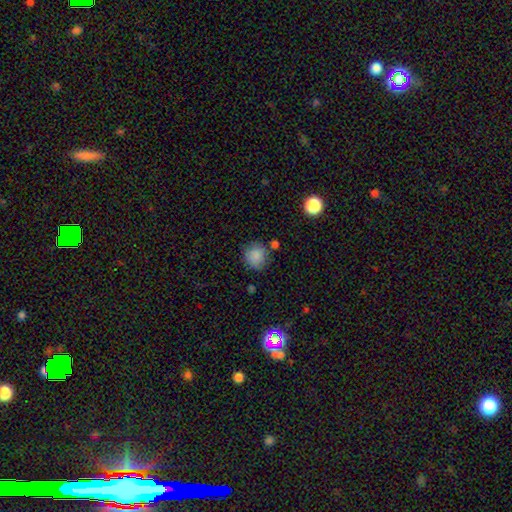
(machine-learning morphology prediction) Smooth or featured? smooth (85%)
How rounded? round (85%)
Merging? none (73%)